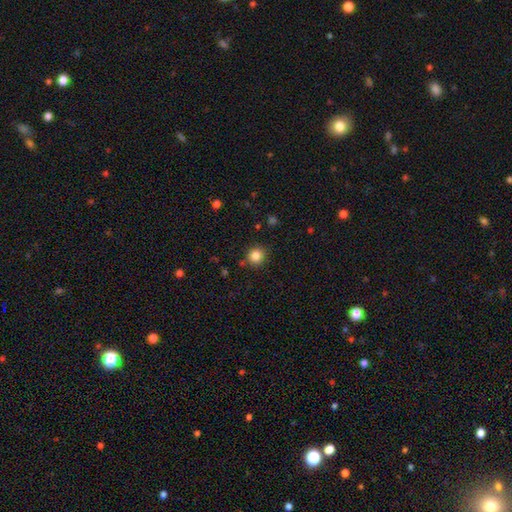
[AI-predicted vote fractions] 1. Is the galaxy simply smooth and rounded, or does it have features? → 84% smooth, 11% star or artifact, 4% featured or disk.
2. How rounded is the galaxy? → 92% round, 7% in between, 1% cigar-shaped.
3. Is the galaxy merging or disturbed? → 87% none, 8% minor disturbance, 3% merger, 3% major disturbance.